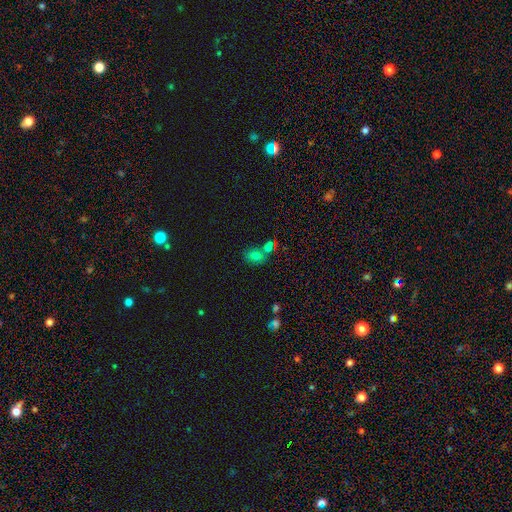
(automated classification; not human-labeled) smooth-or-featured: smooth: 70% | star or artifact: 17% | featured or disk: 13%
  how-rounded: in between: 56% | round: 43% | cigar-shaped: 2%
  merging: none: 48% | merger: 37% | minor disturbance: 10% | major disturbance: 4%